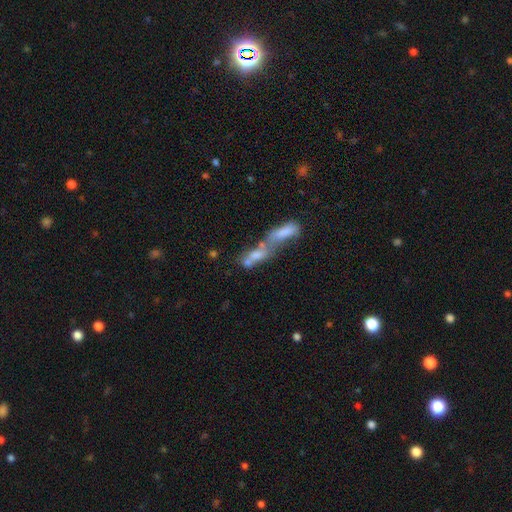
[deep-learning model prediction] The model was most divided on "how rounded": in between: 56%, cigar-shaped: 38%, round: 6%. More confident: merging — merger (74%); smooth or featured — smooth (58%).